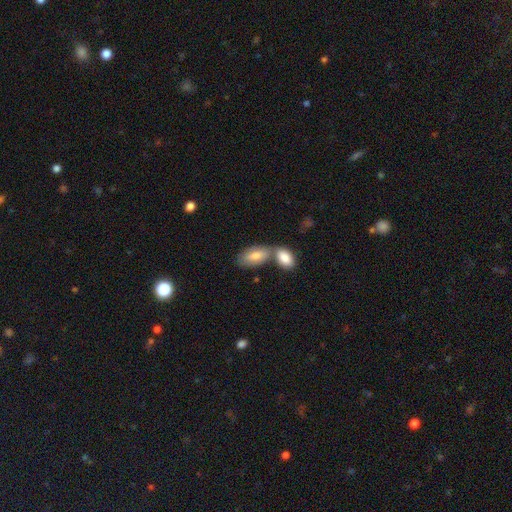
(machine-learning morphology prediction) smooth 76%, featured or disk 18%, star or artifact 6%. Down the decision tree: how rounded — in between (91%); merging — merger (48%).